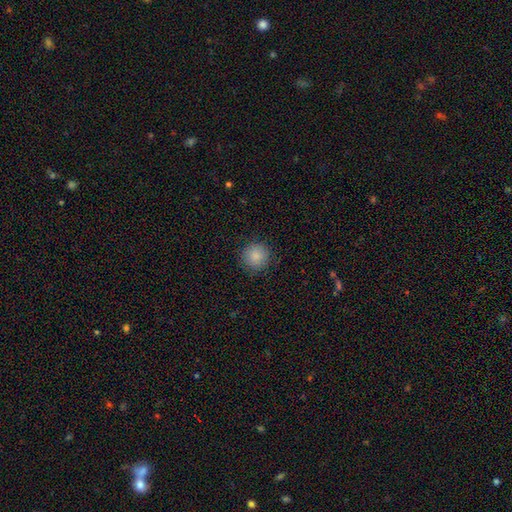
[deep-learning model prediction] Overall: smooth (87%). How rounded: round (95%). Merging: none (90%).